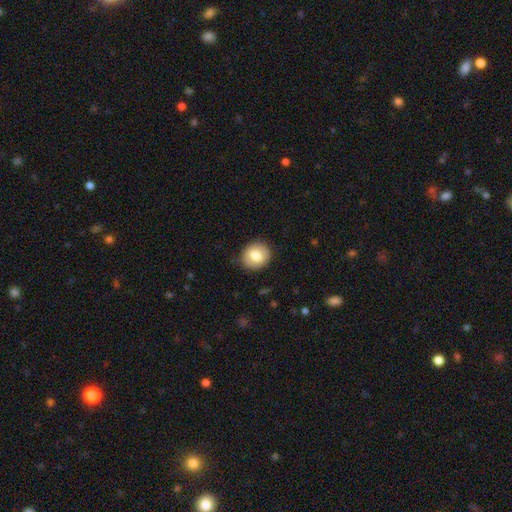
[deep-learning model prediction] Overall: smooth (79%). How rounded: round (80%). Merging: none (87%).